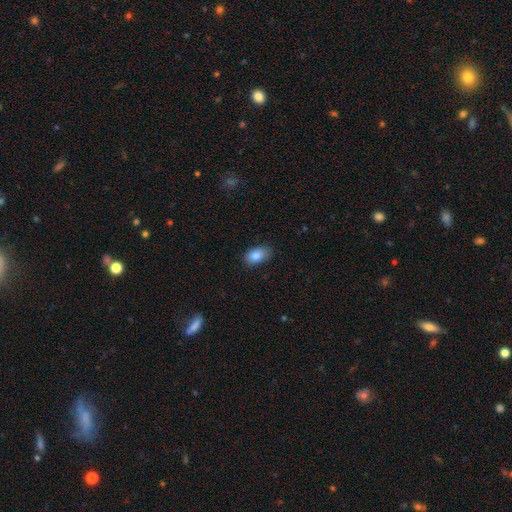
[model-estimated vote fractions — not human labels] A smooth galaxy with no disk features (85%) that is in between round and cigar-shaped (90%). Merging: none (80%).